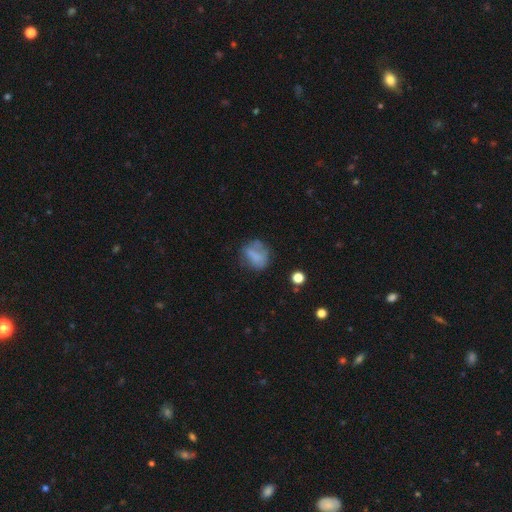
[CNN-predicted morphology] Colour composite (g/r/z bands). It shows a smooth galaxy with no disk features (69%) that is in between round and cigar-shaped (50%). Merging: none (53%).